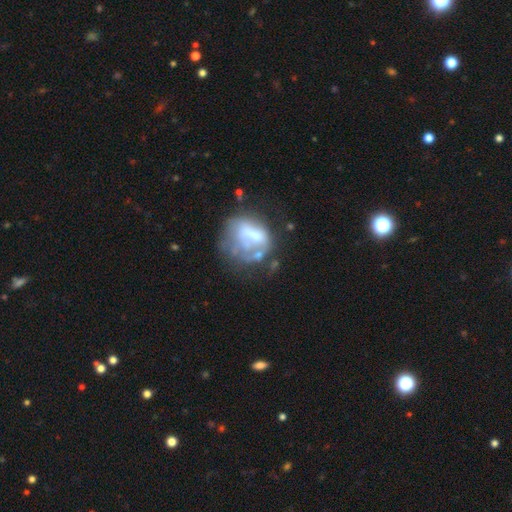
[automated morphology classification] The model was most divided on "bulge size": moderate: 33%, none: 31%, small: 24%, large: 9%, dominant: 3%. Remaining: edge-on disk — no (94%); spiral arms — no (82%); bar — no (59%); smooth or featured — featured or disk (54%); merging — none (42%).